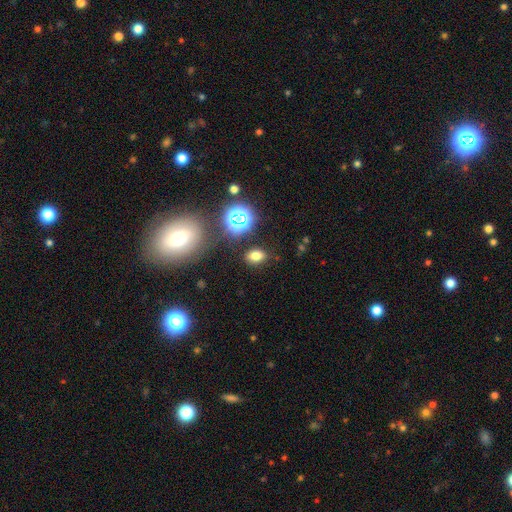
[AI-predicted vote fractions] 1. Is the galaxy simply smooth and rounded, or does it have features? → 72% smooth, 21% star or artifact, 7% featured or disk.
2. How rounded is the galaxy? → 75% in between, 23% round, 2% cigar-shaped.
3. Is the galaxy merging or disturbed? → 84% none, 10% minor disturbance, 3% major disturbance, 3% merger.